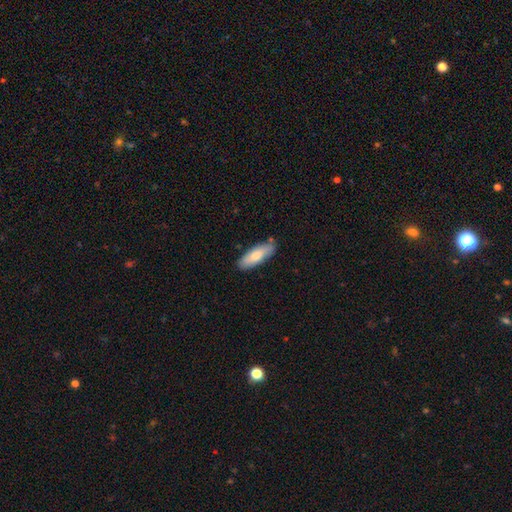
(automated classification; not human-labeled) Q: Smooth or featured?
A: smooth (76%); runner-up: featured or disk (19%)
Q: How rounded?
A: in between (62%); runner-up: cigar-shaped (36%)
Q: Merging?
A: none (81%); runner-up: minor disturbance (14%)